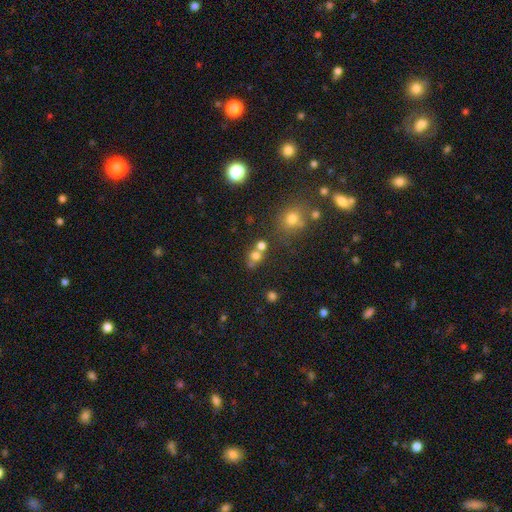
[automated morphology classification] A smooth galaxy with no disk features (68%) that is round (75%).

Vote fractions:
- Smooth or featured? smooth: 68% / star or artifact: 18% / featured or disk: 13%
- How rounded? round: 75% / in between: 24% / cigar-shaped: 1%
- Merging? none: 46% / merger: 40% / minor disturbance: 9% / major disturbance: 5%